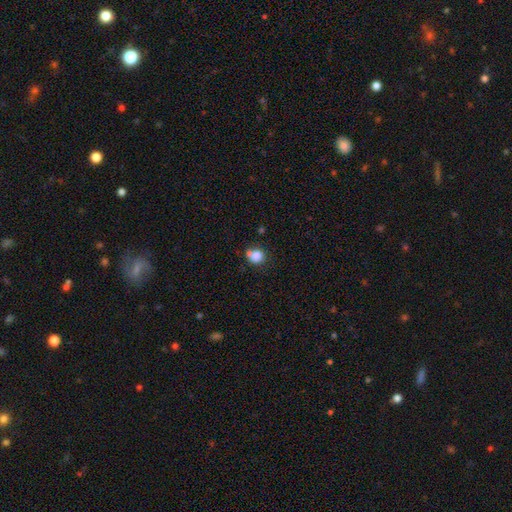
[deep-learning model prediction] A smooth galaxy with no disk features (83%) that is round (80%). Merging: none (56%).